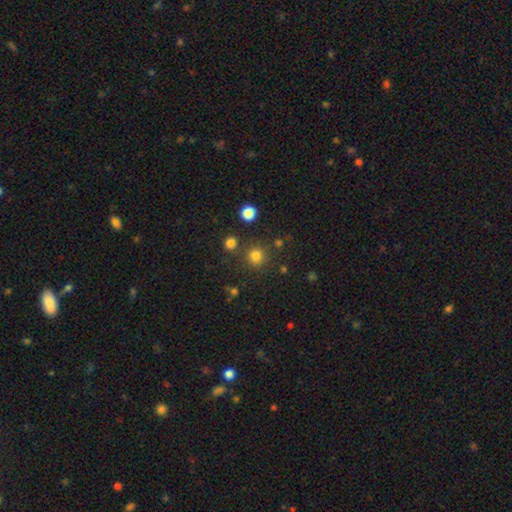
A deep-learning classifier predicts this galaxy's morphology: A smooth galaxy with no disk features (79%) that is round (91%). Merging: none (81%).